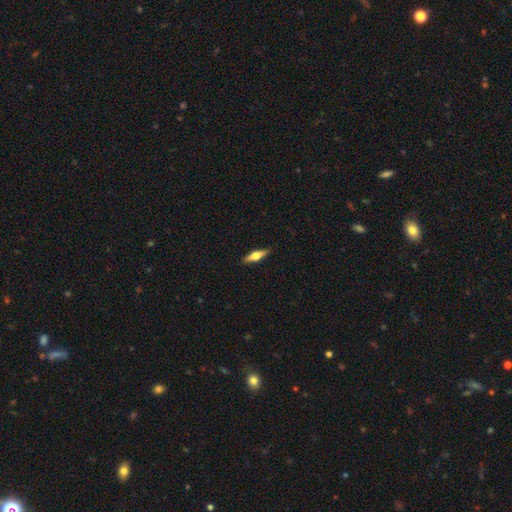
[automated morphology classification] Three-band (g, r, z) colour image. It shows a featured or disk galaxy (57%) viewed edge-on (95%) with a rounded central bulge (94%). Merging: none (90%).